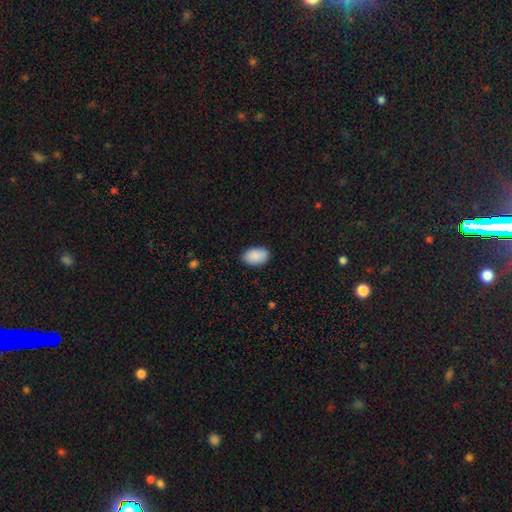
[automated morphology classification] smooth-or-featured: smooth: 89% | star or artifact: 7% | featured or disk: 4%
  how-rounded: in between: 91% | round: 7% | cigar-shaped: 1%
  merging: none: 83% | minor disturbance: 14% | major disturbance: 2% | merger: 1%